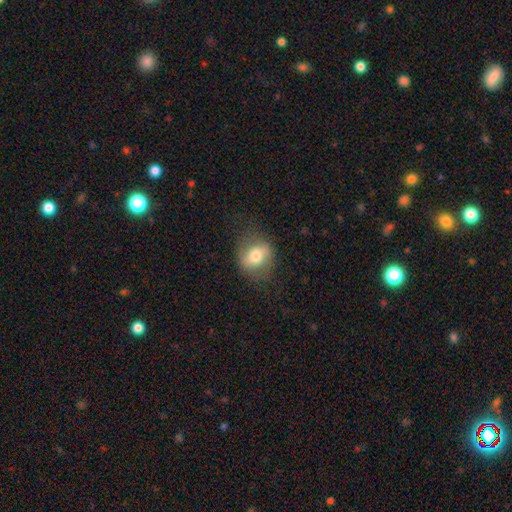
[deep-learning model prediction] Smooth or featured?
  - smooth: 63% *
  - featured or disk: 29%
  - star or artifact: 8%
How rounded?
  - round: 51% *
  - in between: 48%
  - cigar-shaped: 2%
Merging?
  - none: 72% *
  - minor disturbance: 19%
  - major disturbance: 9%
  - merger: 1%